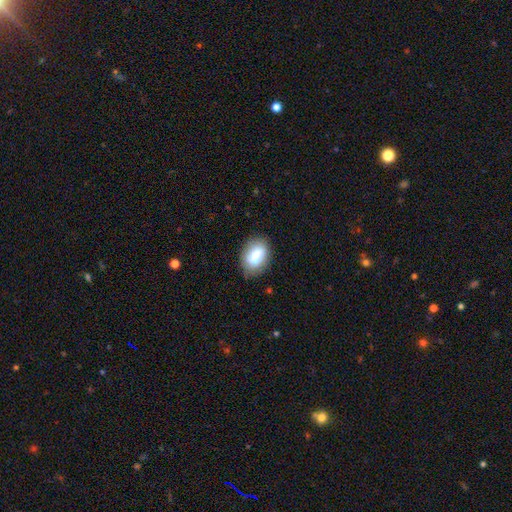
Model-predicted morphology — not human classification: The model was most divided on "smooth or featured": smooth: 73%, featured or disk: 20%, star or artifact: 8%. More confident: how rounded — in between (83%); merging — none (75%).